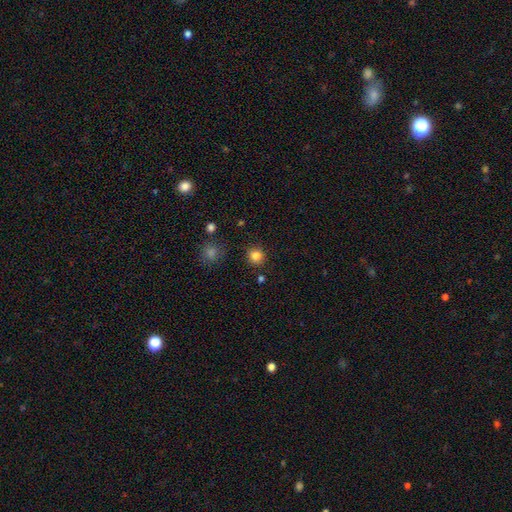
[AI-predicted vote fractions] Morphology: type=smooth (84%); roundness=round (89%); merging=none (87%).